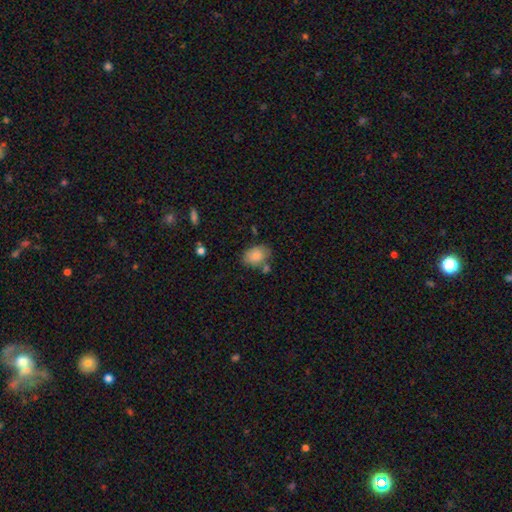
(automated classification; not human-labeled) Q: Smooth or featured?
A: smooth (84%); runner-up: featured or disk (9%)
Q: How rounded?
A: in between (81%); runner-up: round (18%)
Q: Merging?
A: none (67%); runner-up: minor disturbance (18%)